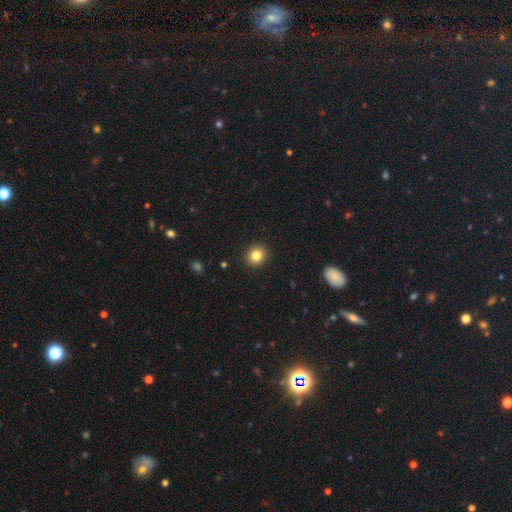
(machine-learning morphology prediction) Smooth or featured: smooth — 84% (star or artifact — 10%)
How rounded: round — 85% (in between — 14%)
Merging: none — 92% (minor disturbance — 5%)